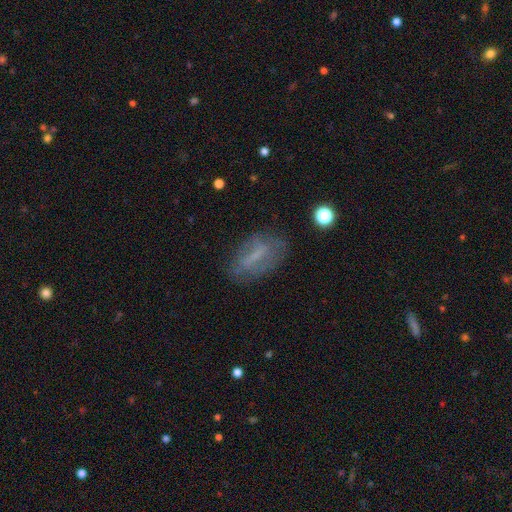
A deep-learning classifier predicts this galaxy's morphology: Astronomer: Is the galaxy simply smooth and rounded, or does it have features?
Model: smooth — 45% (runner-up: featured or disk, 43%).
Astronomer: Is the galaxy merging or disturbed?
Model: none — 65%.